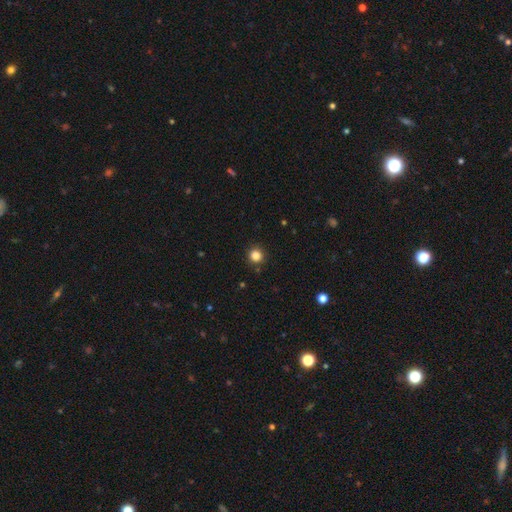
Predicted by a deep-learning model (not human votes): Morphology: type=smooth (84%); roundness=round (94%); merging=none (90%).